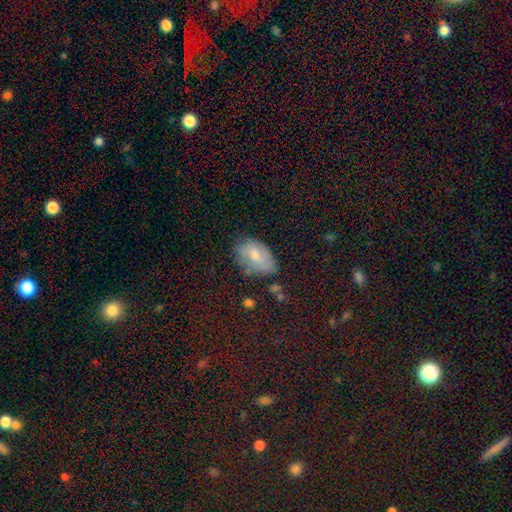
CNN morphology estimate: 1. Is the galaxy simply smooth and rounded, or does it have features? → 70% smooth, 21% featured or disk, 9% star or artifact.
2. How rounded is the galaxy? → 90% in between, 8% round, 2% cigar-shaped.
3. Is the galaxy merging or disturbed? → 59% none, 30% minor disturbance, 8% major disturbance, 3% merger.